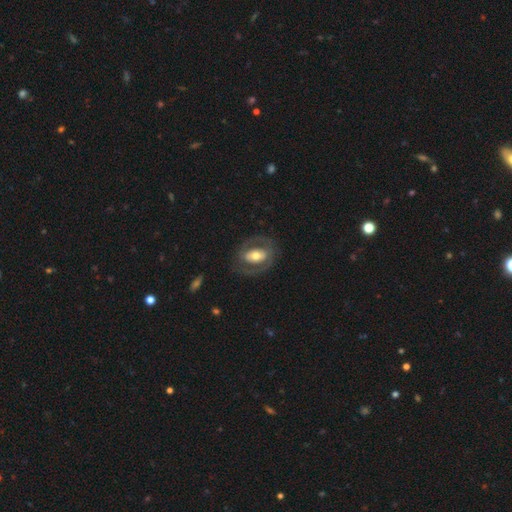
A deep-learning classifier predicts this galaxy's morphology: featured or disk 64%, smooth 31%, star or artifact 5%. Down the decision tree: edge-on disk — no (94%); bar — no (45%); spiral arms — no (51%); bulge size — moderate (63%); merging — none (73%).